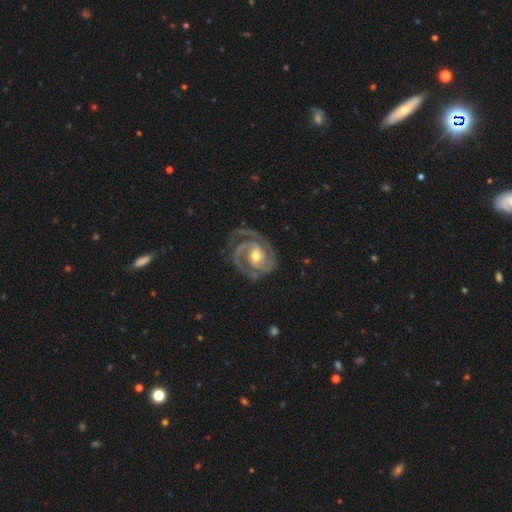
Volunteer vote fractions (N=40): Smooth or featured? 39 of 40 (98%) said featured or disk. Edge-on disk? 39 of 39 (100%) said no. Bar? 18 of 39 (46%) said weak. Spiral arms? 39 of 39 (100%) said yes. Spiral winding? 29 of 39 (74%) said tight. Spiral arm count? 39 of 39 (100%) said 2. Bulge size? 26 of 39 (67%) said moderate. Merging? 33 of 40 (82%) said none.